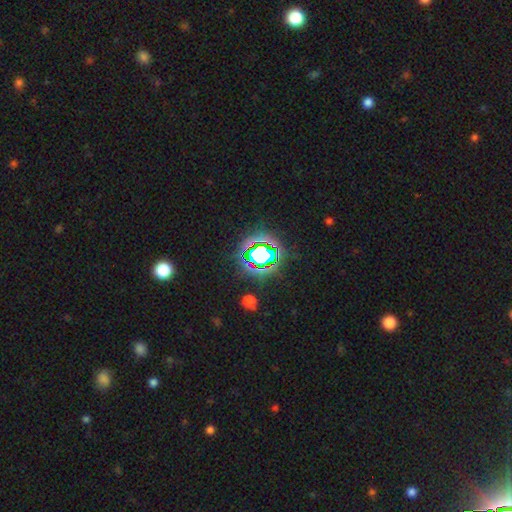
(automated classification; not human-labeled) Smooth or featured: star or artifact — 81% (smooth — 12%)